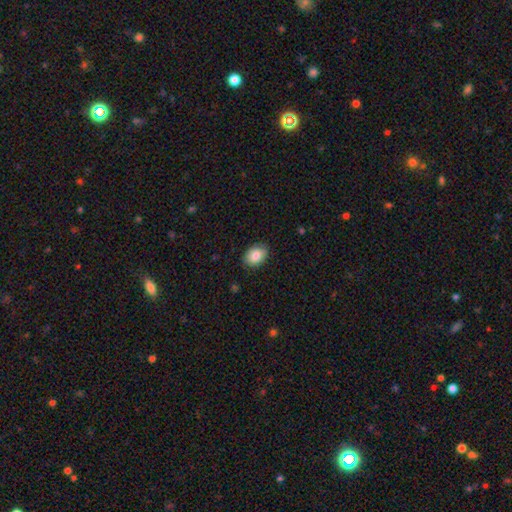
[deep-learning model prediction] smooth 84%, featured or disk 9%, star or artifact 7%. Down the decision tree: how rounded — in between (77%); merging — none (86%).